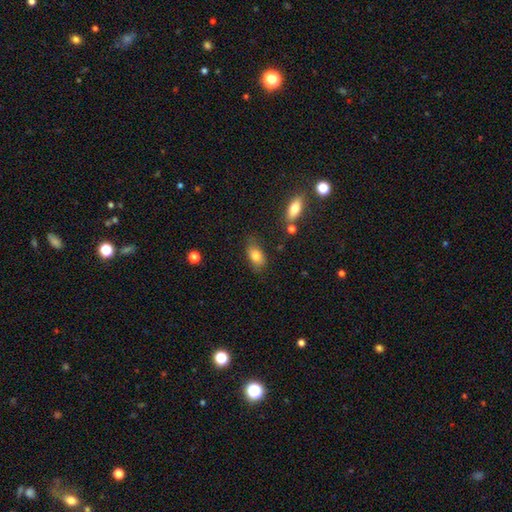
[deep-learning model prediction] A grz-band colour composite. It shows a smooth galaxy with no disk features (80%) that is in between round and cigar-shaped (88%). Merging: none (73%).